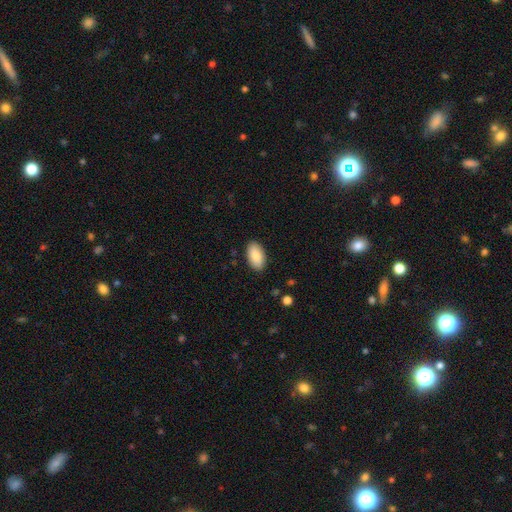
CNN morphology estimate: Smooth or featured? smooth (86%)
How rounded? in between (95%)
Merging? none (88%)